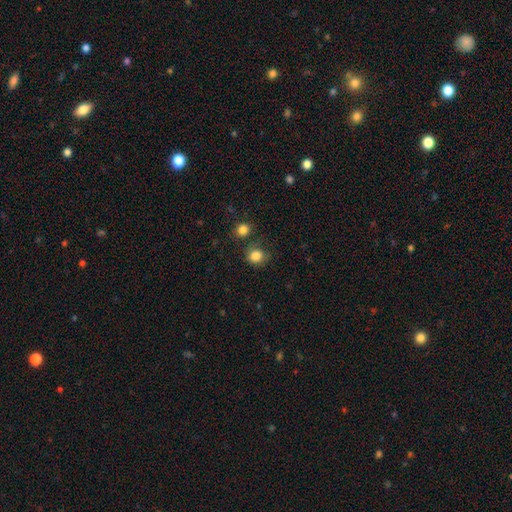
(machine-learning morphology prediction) type=smooth (84%); roundness=round (78%); merging=none (71%).